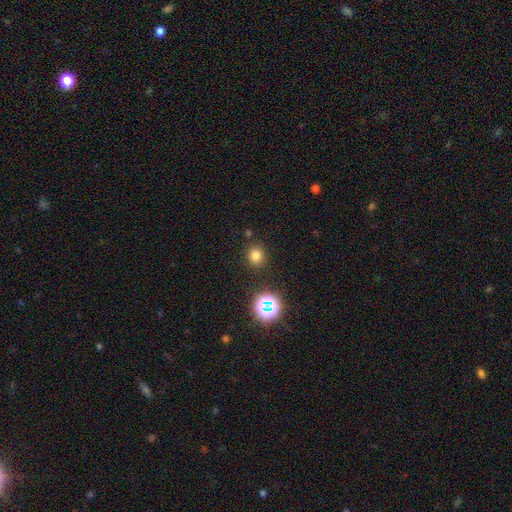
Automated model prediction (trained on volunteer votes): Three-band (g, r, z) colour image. It shows a smooth galaxy with no disk features (75%) that is round (82%). Merging: none (87%).